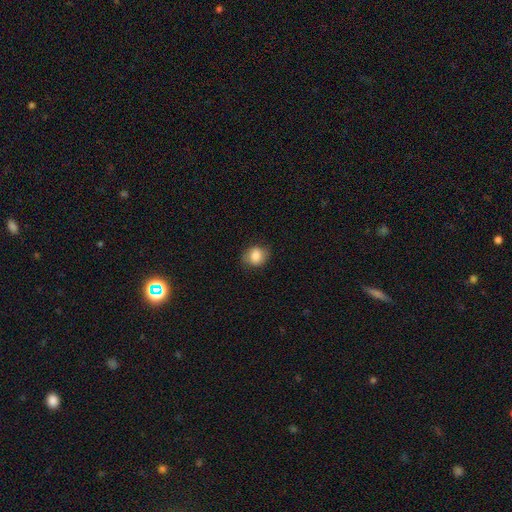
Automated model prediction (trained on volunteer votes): This is clearly a smooth galaxy (81%). How rounded: possibly round (60%). Merging: likely none (78%).